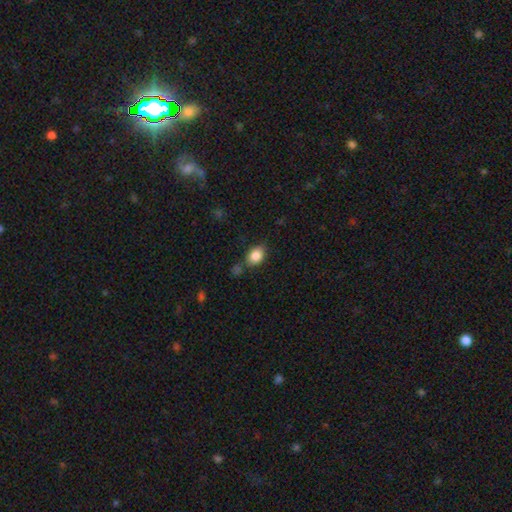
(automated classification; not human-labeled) A smooth galaxy with no disk features (84%) that is in between round and cigar-shaped (66%).

Vote fractions:
- Smooth or featured? smooth: 84% / star or artifact: 9% / featured or disk: 7%
- How rounded? in between: 66% / round: 33% / cigar-shaped: 2%
- Merging? none: 65% / minor disturbance: 20% / merger: 10% / major disturbance: 6%